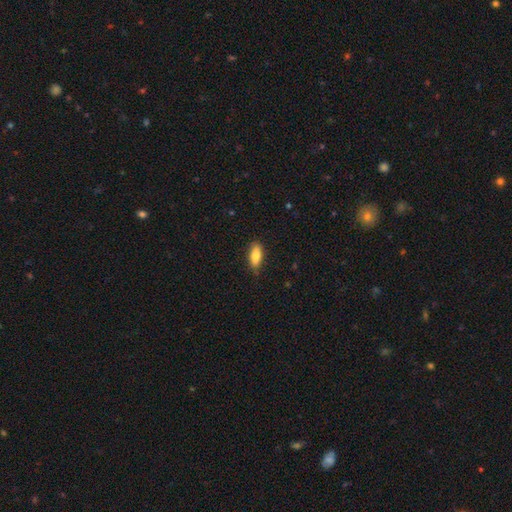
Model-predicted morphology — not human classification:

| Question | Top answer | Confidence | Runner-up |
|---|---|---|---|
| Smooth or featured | smooth | 83% | featured or disk (10%) |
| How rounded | in between | 80% | cigar-shaped (18%) |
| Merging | none | 79% | minor disturbance (17%) |